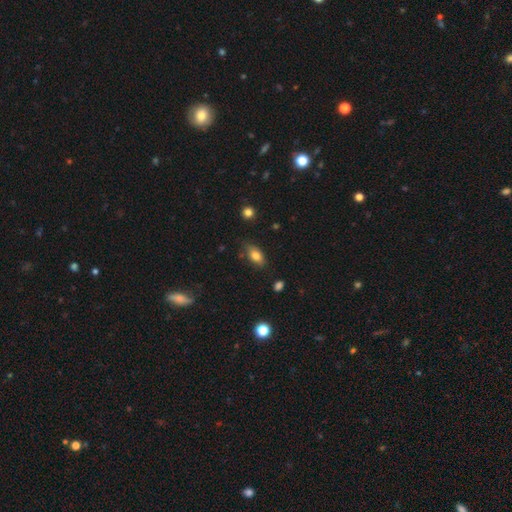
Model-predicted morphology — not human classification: smooth-or-featured: smooth: 80% | featured or disk: 12% | star or artifact: 9%
  how-rounded: in between: 86% | round: 8% | cigar-shaped: 6%
  merging: none: 73% | minor disturbance: 21% | major disturbance: 4% | merger: 2%